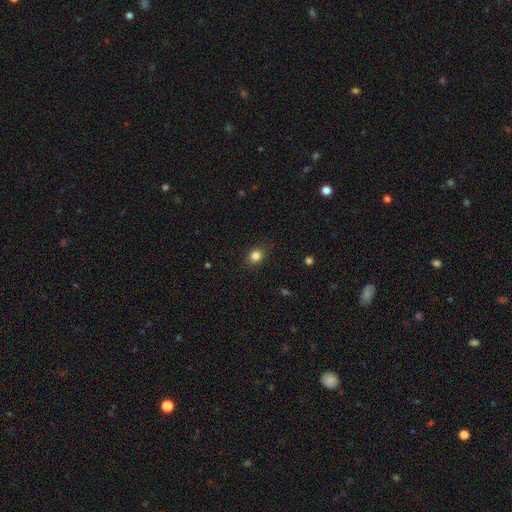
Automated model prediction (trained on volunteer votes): Smooth or featured? Predicted: smooth (p=0.83). How rounded? Predicted: round (p=0.57). Merging? Predicted: none (p=0.85).